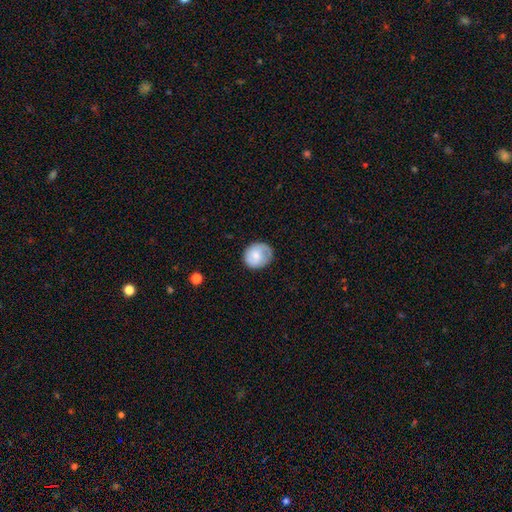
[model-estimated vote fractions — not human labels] Morphology: type=smooth (73%); roundness=round (75%); merging=none (66%).